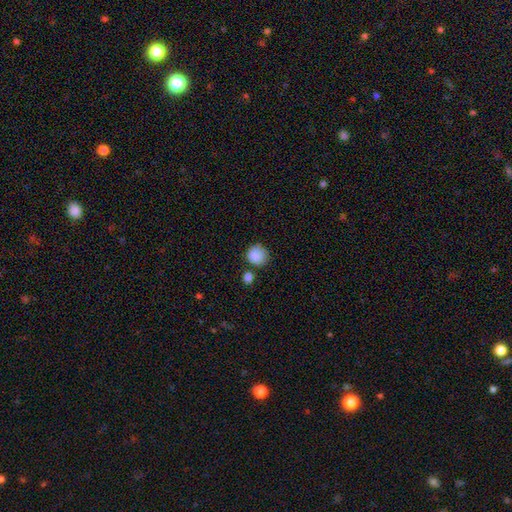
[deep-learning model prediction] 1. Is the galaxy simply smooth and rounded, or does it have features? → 87% smooth, 8% star or artifact, 5% featured or disk.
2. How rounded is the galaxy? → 89% round, 10% in between, 1% cigar-shaped.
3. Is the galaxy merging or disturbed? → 68% none, 17% minor disturbance, 11% merger, 4% major disturbance.